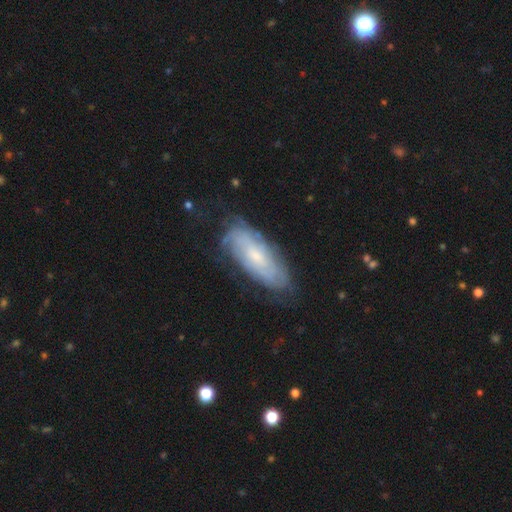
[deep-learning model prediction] featured or disk 67%, smooth 26%, star or artifact 7%. Down the decision tree: edge-on disk — no (86%); bar — no (62%); spiral arms — yes (85%); bulge size — small (60%); merging — none (71%).